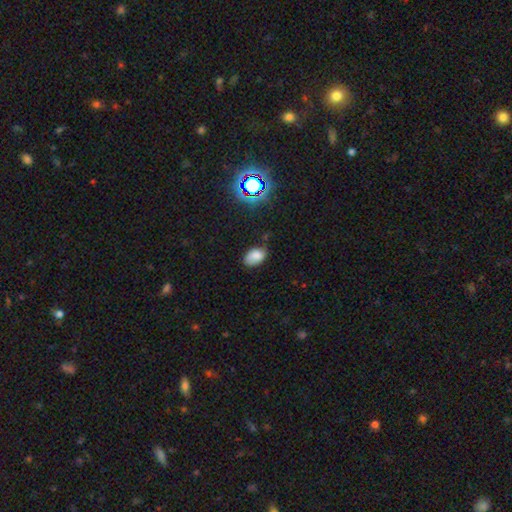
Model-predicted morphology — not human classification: smooth-or-featured: smooth: 79% | star or artifact: 12% | featured or disk: 9%
  how-rounded: in between: 89% | round: 10% | cigar-shaped: 1%
  merging: none: 64% | minor disturbance: 28% | major disturbance: 5% | merger: 3%